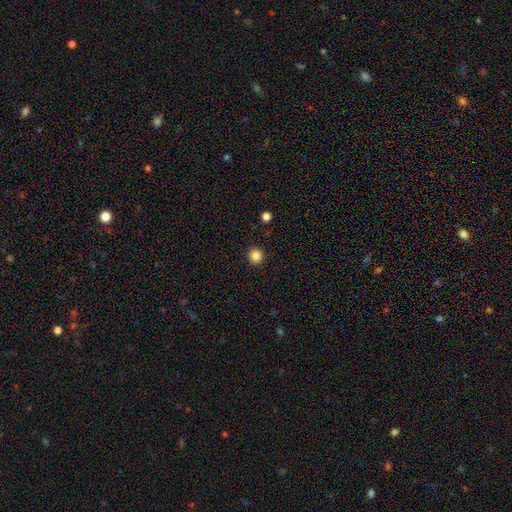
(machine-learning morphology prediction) Q: Smooth or featured?
A: smooth (85%); runner-up: star or artifact (11%)
Q: How rounded?
A: round (91%); runner-up: in between (8%)
Q: Merging?
A: none (92%); runner-up: minor disturbance (5%)